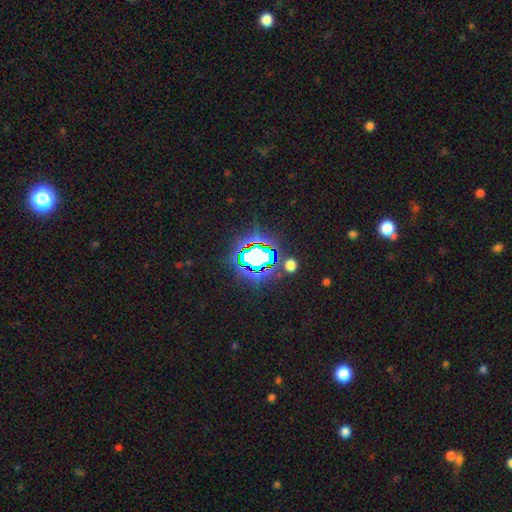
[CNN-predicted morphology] type=star or artifact (65%).